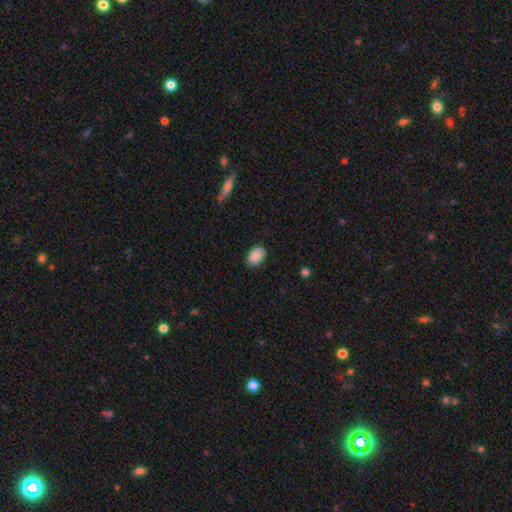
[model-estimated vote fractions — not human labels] This is clearly a smooth galaxy (87%). How rounded: clearly in between (85%). Merging: clearly none (85%).